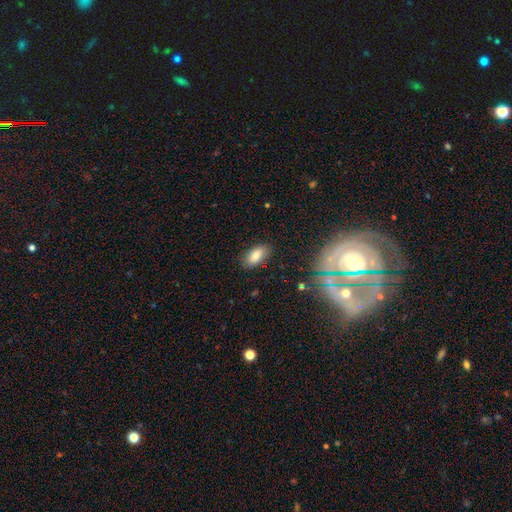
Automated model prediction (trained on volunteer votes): A smooth galaxy with no disk features (82%) that is in between round and cigar-shaped (92%). Merging: none (84%).